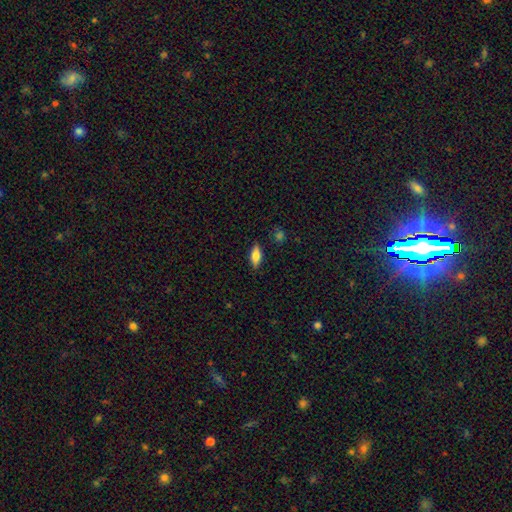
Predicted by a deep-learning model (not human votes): Smooth or featured: smooth — 75% (featured or disk — 18%)
How rounded: in between — 74% (cigar-shaped — 23%)
Merging: none — 85% (minor disturbance — 11%)